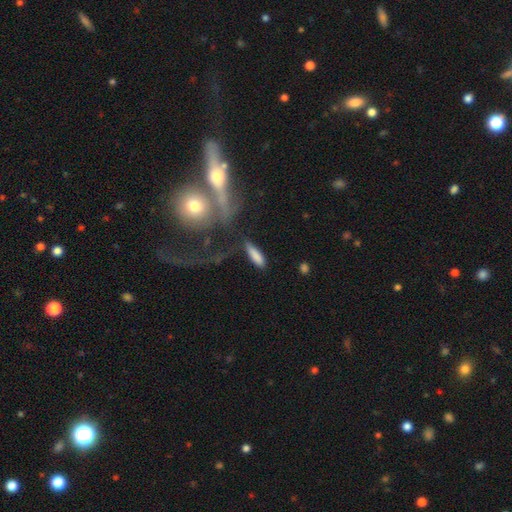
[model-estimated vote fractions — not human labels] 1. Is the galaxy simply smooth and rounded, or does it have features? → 84% smooth, 10% featured or disk, 7% star or artifact.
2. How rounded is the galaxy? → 60% cigar-shaped, 38% in between, 2% round.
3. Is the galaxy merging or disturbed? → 68% none, 19% minor disturbance, 7% major disturbance, 6% merger.